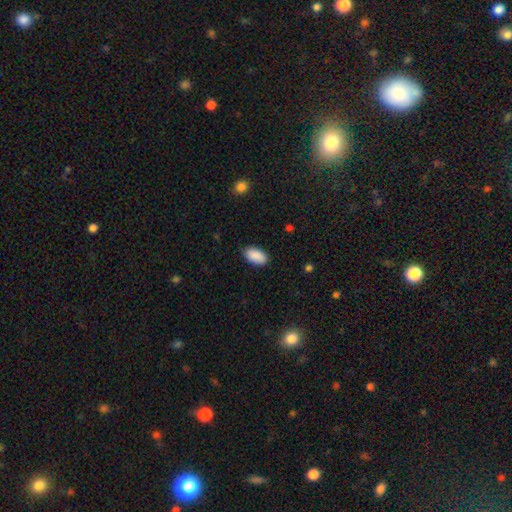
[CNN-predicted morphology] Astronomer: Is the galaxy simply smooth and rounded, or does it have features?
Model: smooth — 90%.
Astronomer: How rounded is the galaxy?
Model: in between — 95%.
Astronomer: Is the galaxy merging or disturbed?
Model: none — 85%.